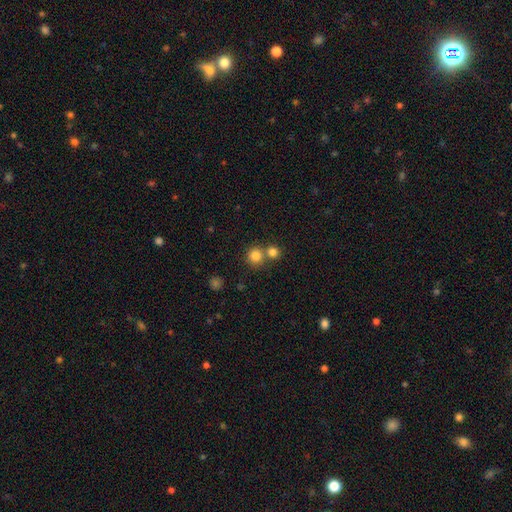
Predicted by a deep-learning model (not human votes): The model was most divided on "merging": none: 60%, merger: 31%, minor disturbance: 6%, major disturbance: 2%. More confident: how rounded — round (92%); smooth or featured — smooth (82%).